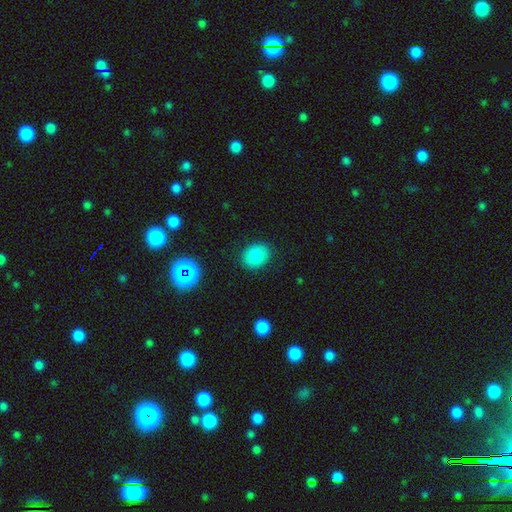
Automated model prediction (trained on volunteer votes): Morphology: type=smooth (81%); roundness=round (56%); merging=none (87%).